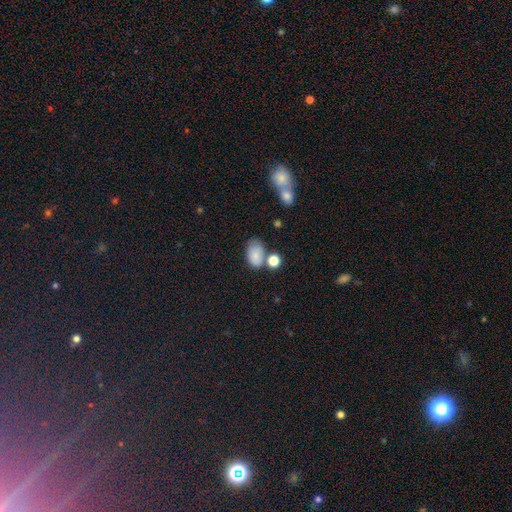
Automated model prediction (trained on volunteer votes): Smooth or featured? smooth (81%)
How rounded? in between (88%)
Merging? none (52%)